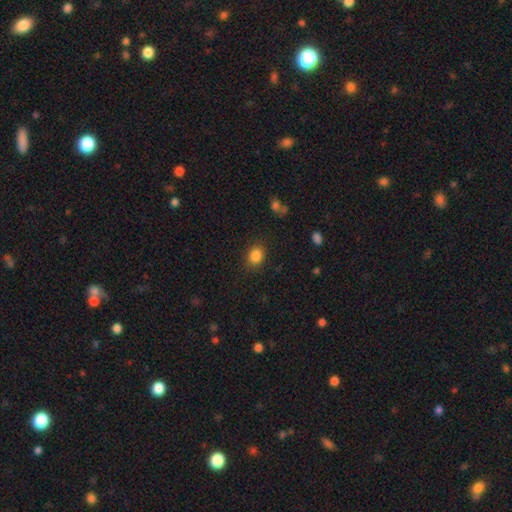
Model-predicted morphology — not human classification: Q: Smooth or featured?
A: smooth (85%); runner-up: star or artifact (10%)
Q: How rounded?
A: round (58%); runner-up: in between (41%)
Q: Merging?
A: none (86%); runner-up: minor disturbance (9%)